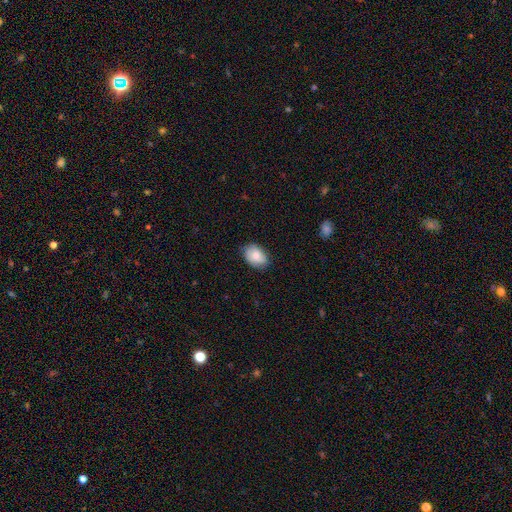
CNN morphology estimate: This appears to be a smooth galaxy with no disk features (73%) that is in between round and cigar-shaped (80%). Merging: none (75%).